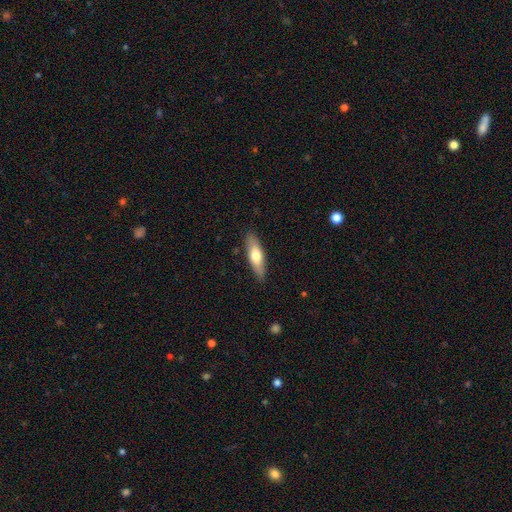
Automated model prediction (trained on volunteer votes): This appears to be a smooth galaxy with no disk features (63%) that is cigar-shaped (56%). Merging: none (87%).